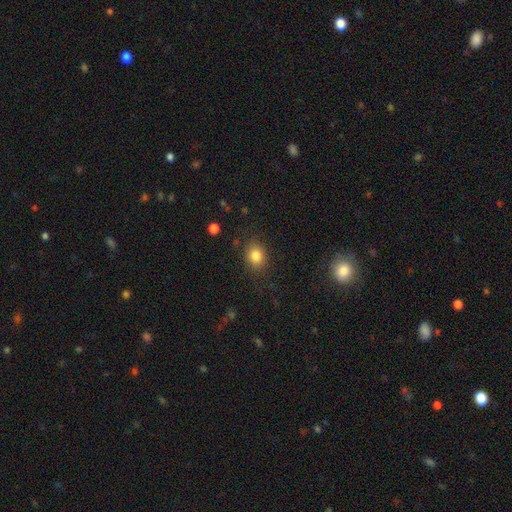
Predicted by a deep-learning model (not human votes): Q: Smooth or featured?
A: smooth (83%); runner-up: star or artifact (11%)
Q: How rounded?
A: round (58%); runner-up: in between (41%)
Q: Merging?
A: none (83%); runner-up: minor disturbance (11%)